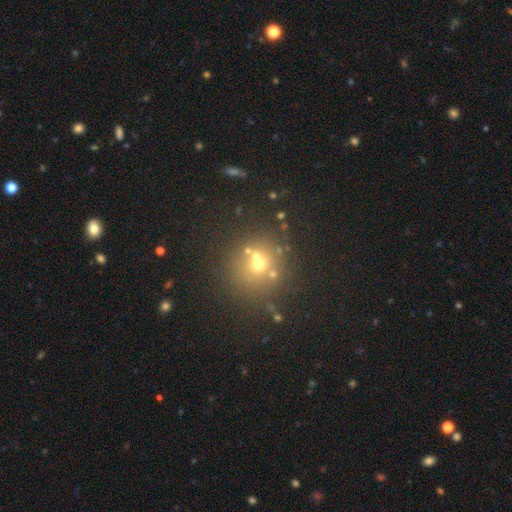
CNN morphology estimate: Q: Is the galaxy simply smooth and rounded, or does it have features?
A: star or artifact — 43%.